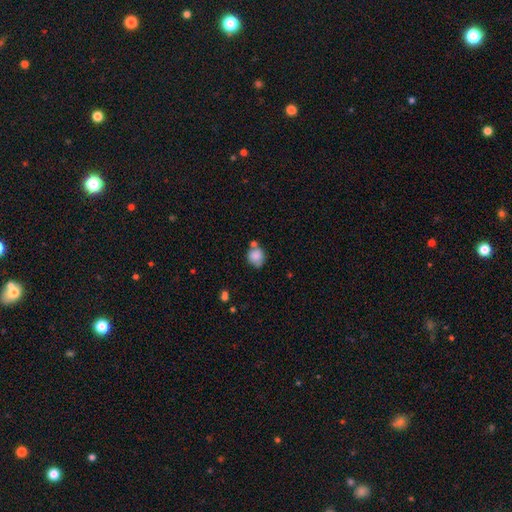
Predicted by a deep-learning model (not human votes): Q: Smooth or featured?
A: smooth (84%); runner-up: star or artifact (9%)
Q: How rounded?
A: round (77%); runner-up: in between (22%)
Q: Merging?
A: none (56%); runner-up: minor disturbance (20%)